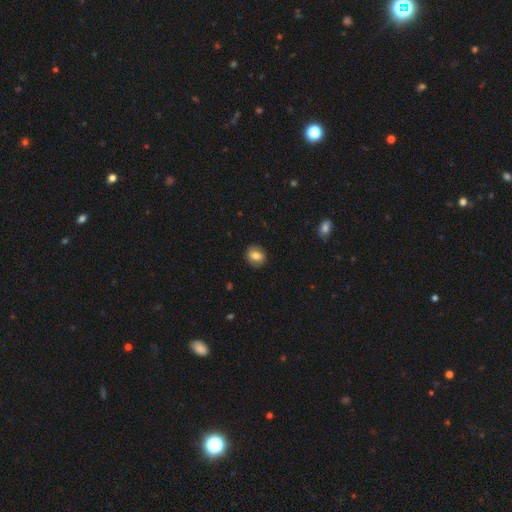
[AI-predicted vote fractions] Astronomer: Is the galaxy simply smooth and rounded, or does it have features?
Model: smooth — 76%.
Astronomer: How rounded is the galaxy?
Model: round — 64%.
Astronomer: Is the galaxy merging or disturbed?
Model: none — 88%.